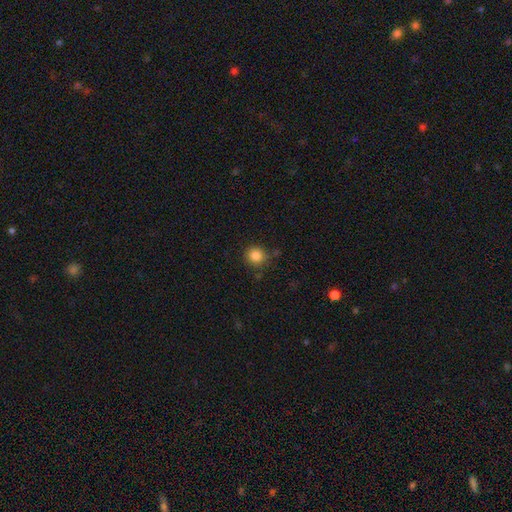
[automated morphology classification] A smooth galaxy with no disk features (85%) that is round (91%). Merging: none (82%).